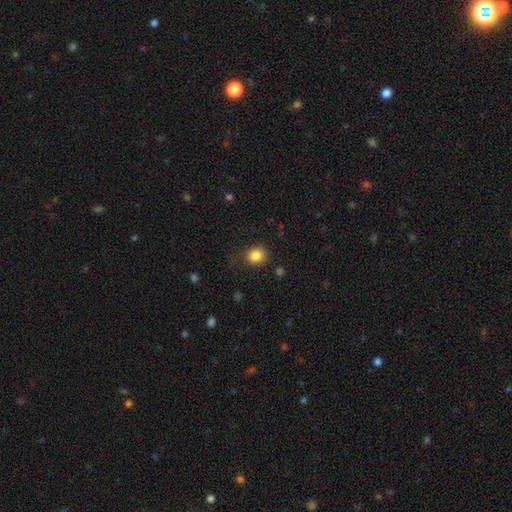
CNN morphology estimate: smooth 84%, star or artifact 11%, featured or disk 5%. Down the decision tree: how rounded — round (75%); merging — none (81%).